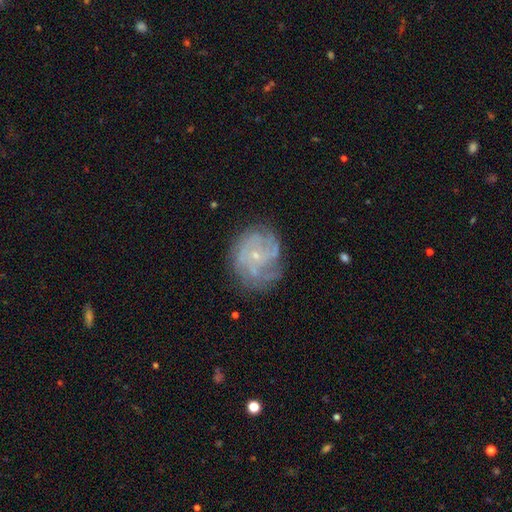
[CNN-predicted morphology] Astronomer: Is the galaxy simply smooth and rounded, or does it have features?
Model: featured or disk — 77%.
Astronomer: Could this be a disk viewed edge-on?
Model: no — 98%.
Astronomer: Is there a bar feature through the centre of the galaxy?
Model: no — 77%.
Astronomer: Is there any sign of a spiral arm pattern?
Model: yes — 88%.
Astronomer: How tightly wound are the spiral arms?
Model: tight — 56% (runner-up: medium, 32%).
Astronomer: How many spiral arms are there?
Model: can't tell — 37% (runner-up: 4, 21%).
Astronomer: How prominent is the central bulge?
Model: small — 82%.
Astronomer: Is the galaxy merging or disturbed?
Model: none — 68%.